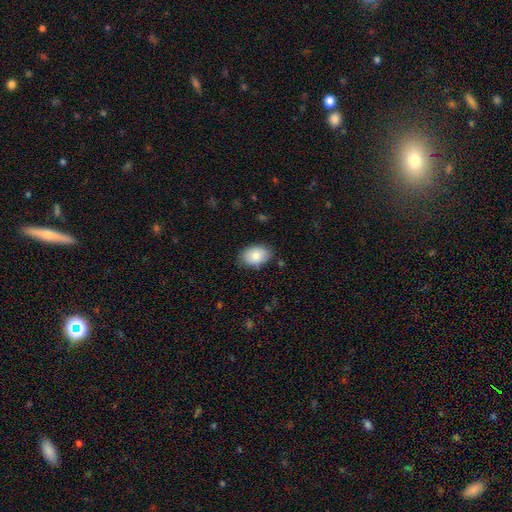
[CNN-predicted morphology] type=smooth (82%); roundness=in between (82%); merging=none (82%).